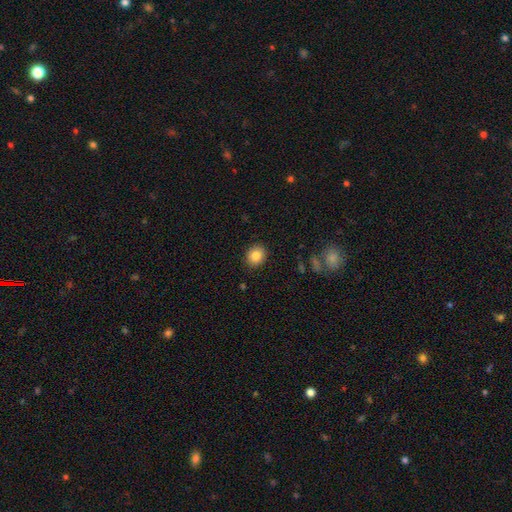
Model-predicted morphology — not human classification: This appears to be a smooth galaxy with no disk features (85%) that is round (71%). Merging: none (90%).